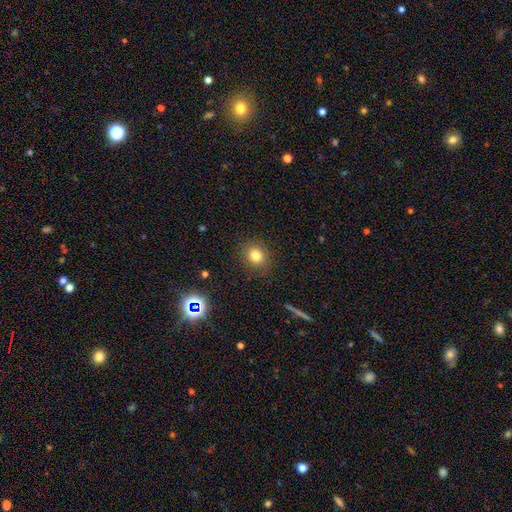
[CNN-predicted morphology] smooth 79%, star or artifact 13%, featured or disk 8%. Down the decision tree: how rounded — round (76%); merging — none (87%).